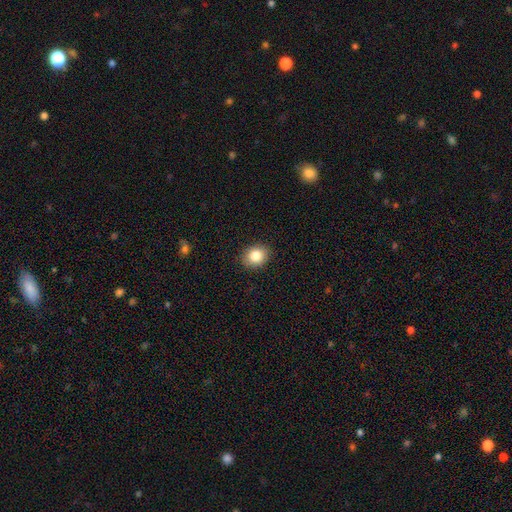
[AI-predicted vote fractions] Smooth or featured? Predicted: smooth (p=0.84). How rounded? Predicted: round (p=0.57). Merging? Predicted: none (p=0.89).